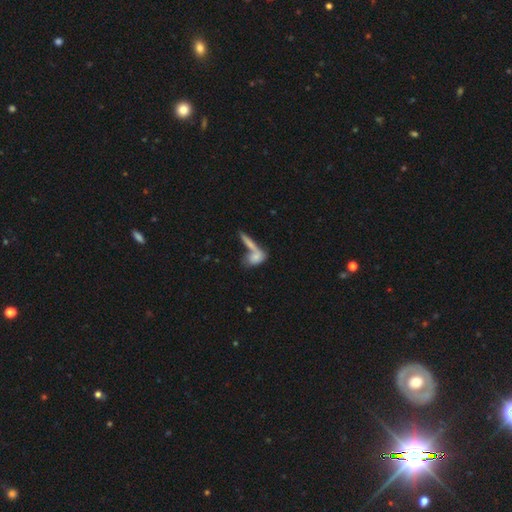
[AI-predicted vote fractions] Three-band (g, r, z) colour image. It shows a smooth galaxy with no disk features (70%) that is in between round and cigar-shaped (66%). Merging: merger (54%).